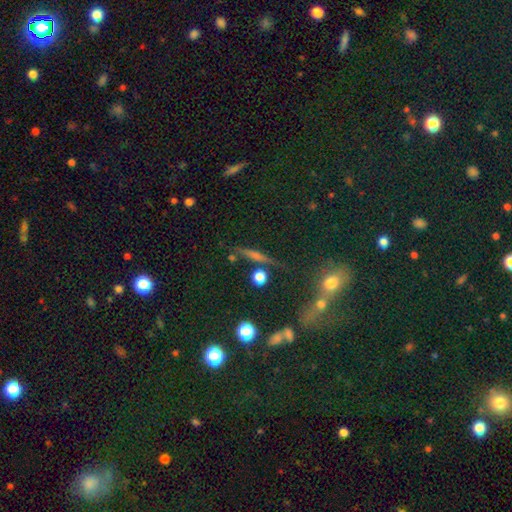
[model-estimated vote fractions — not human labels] smooth-or-featured: featured or disk: 53% | smooth: 28% | star or artifact: 19%
  disk-edge-on: yes: 91% | no: 9%
  merging: none: 78% | minor disturbance: 11% | merger: 7% | major disturbance: 4%